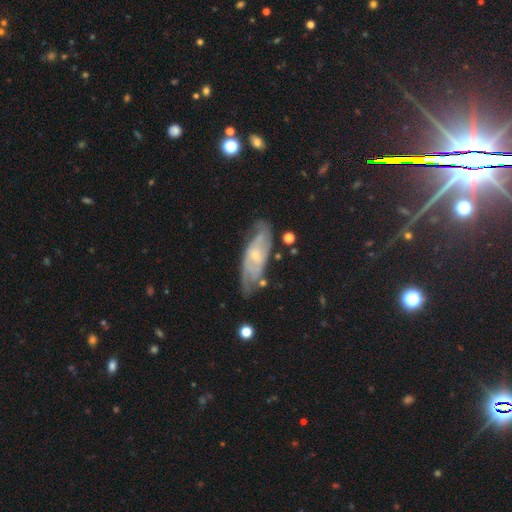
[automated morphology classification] type=featured or disk (74%); edge-on=no (85%); bar=no (66%); spiral arms=yes (86%); winding=tight (48%); arm count=2 (44%); bulge=small (71%); merging=none (64%).